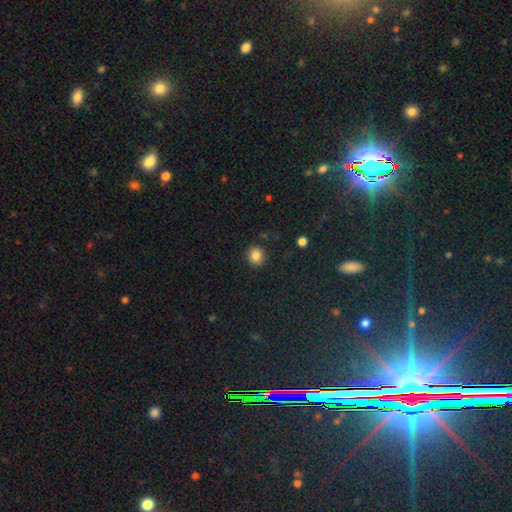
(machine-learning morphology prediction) Smooth or featured? smooth (84%)
How rounded? round (83%)
Merging? none (89%)